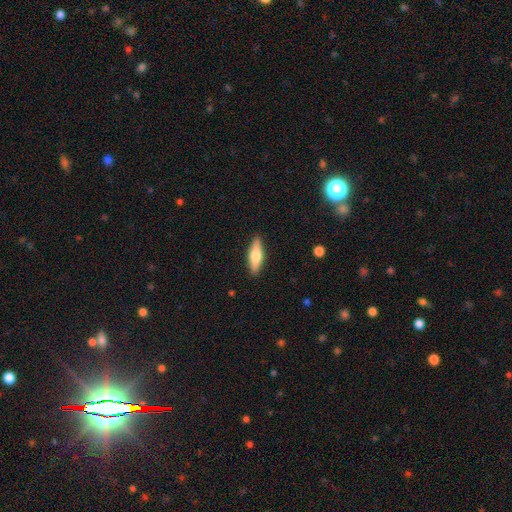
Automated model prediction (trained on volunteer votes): Smooth or featured: smooth — 62% (featured or disk — 32%)
How rounded: cigar-shaped — 51% (in between — 47%)
Merging: none — 89% (minor disturbance — 8%)